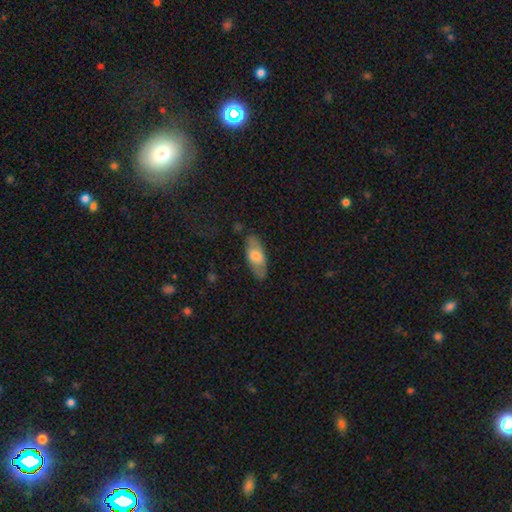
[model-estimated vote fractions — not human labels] Smooth or featured?
  - smooth: 62% *
  - featured or disk: 32%
  - star or artifact: 6%
How rounded?
  - in between: 76% *
  - cigar-shaped: 22%
  - round: 3%
Merging?
  - none: 81% *
  - minor disturbance: 14%
  - major disturbance: 3%
  - merger: 2%